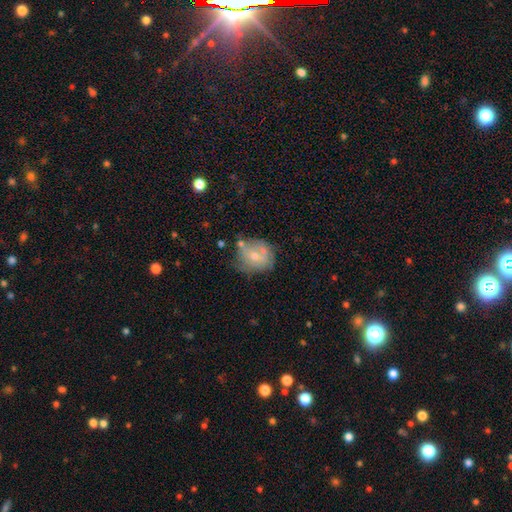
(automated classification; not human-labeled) Smooth or featured?
  - smooth: 51% *
  - featured or disk: 40%
  - star or artifact: 9%
How rounded?
  - round: 69% *
  - in between: 30%
  - cigar-shaped: 1%
Merging?
  - none: 46% *
  - minor disturbance: 27%
  - merger: 16%
  - major disturbance: 12%